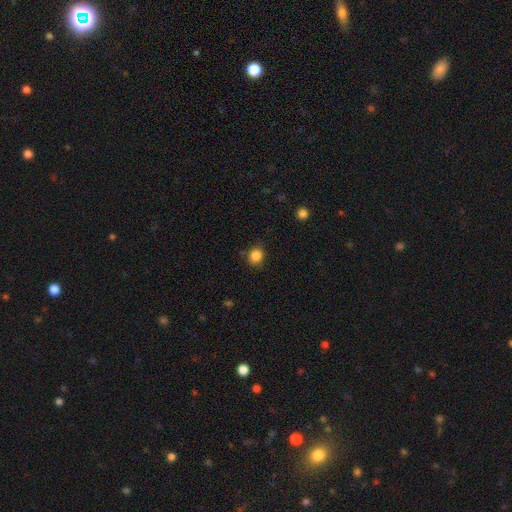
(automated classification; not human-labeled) This is clearly a smooth galaxy (86%). How rounded: likely round (72%). Merging: clearly none (81%).